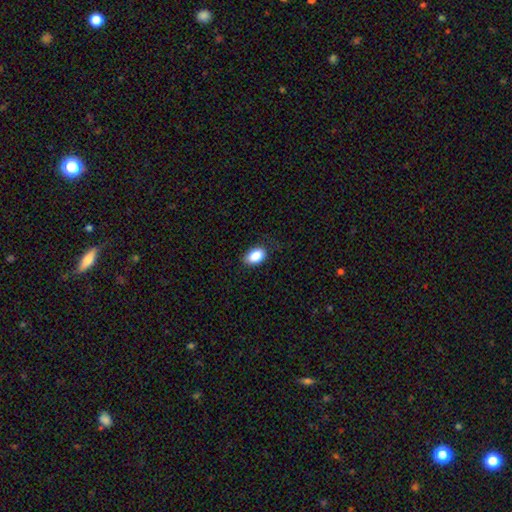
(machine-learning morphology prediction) Overall: smooth (87%). How rounded: in between (86%). Merging: none (78%).